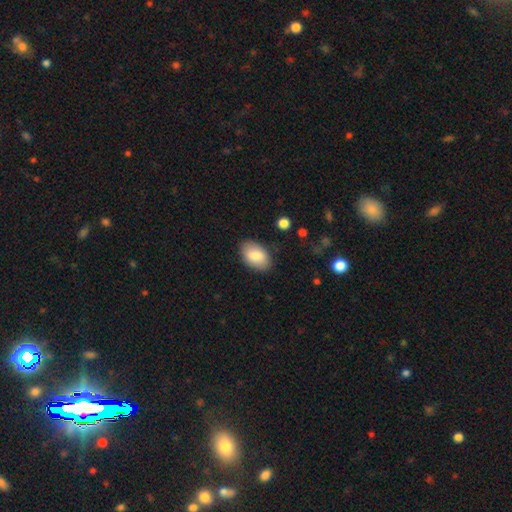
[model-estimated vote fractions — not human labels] Morphology: type=smooth (83%); roundness=in between (92%); merging=none (84%).